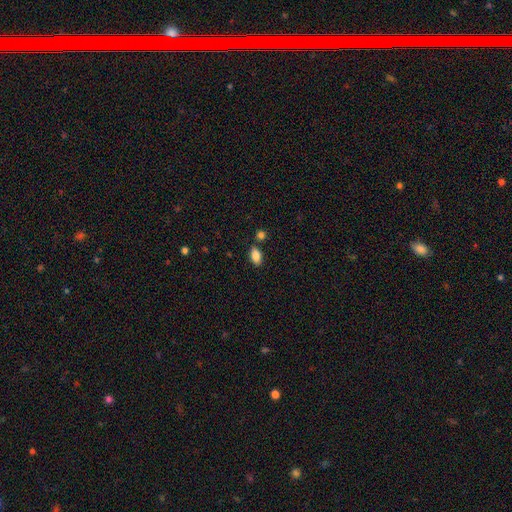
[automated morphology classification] Q: Smooth or featured?
A: smooth (86%); runner-up: star or artifact (8%)
Q: How rounded?
A: in between (91%); runner-up: round (5%)
Q: Merging?
A: none (78%); runner-up: minor disturbance (11%)